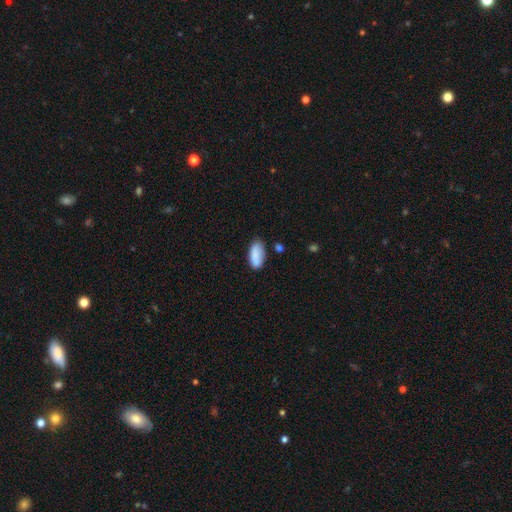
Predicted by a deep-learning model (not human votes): Morphology: type=smooth (85%); roundness=in between (90%); merging=none (65%).